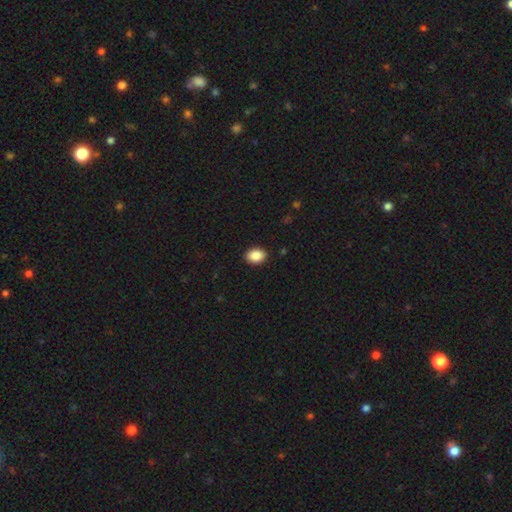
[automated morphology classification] This appears to be a smooth galaxy with no disk features (87%) that is in between round and cigar-shaped (73%). Merging: none (90%).